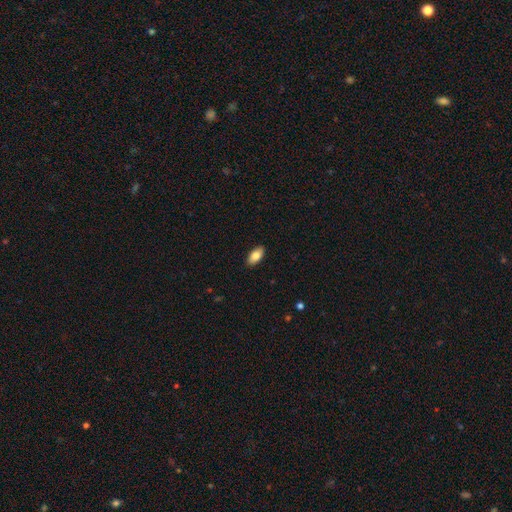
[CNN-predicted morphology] Smooth or featured? Predicted: smooth (p=0.83). How rounded? Predicted: in between (p=0.92). Merging? Predicted: none (p=0.90).